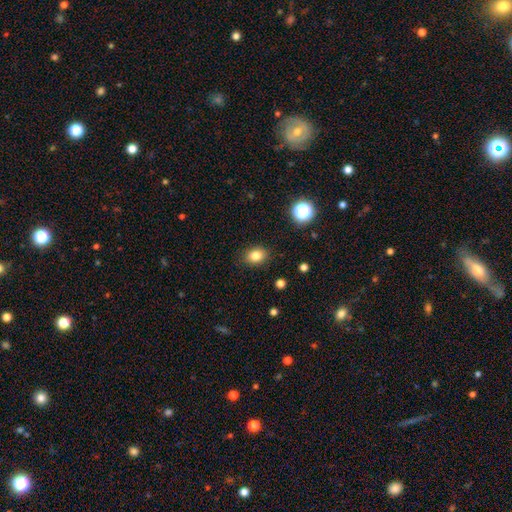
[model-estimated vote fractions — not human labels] Smooth or featured? Predicted: smooth (p=0.82). How rounded? Predicted: in between (p=0.64). Merging? Predicted: none (p=0.87).